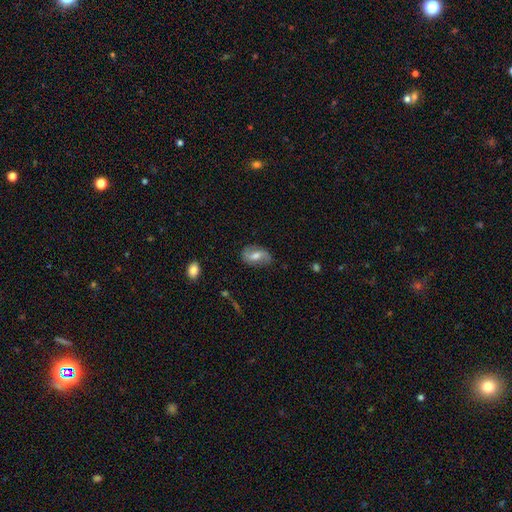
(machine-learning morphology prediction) A featured or disk galaxy (54%) with a weak bar (46%), spiral arms (79%) and a moderate central bulge (64%). Merging: none (77%).